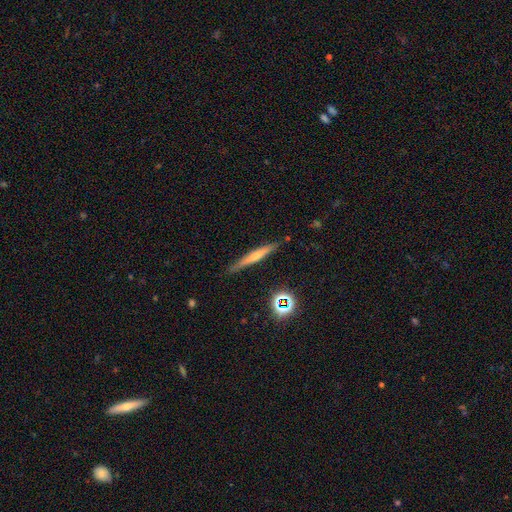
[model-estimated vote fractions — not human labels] Smooth or featured?
  - featured or disk: 53% *
  - smooth: 36%
  - star or artifact: 11%
Edge-on disk?
  - yes: 95% *
  - no: 5%
Edge-on bulge?
  - rounded: 61% *
  - none: 31%
  - boxy: 8%
Merging?
  - none: 86% *
  - minor disturbance: 11%
  - major disturbance: 2%
  - merger: 2%